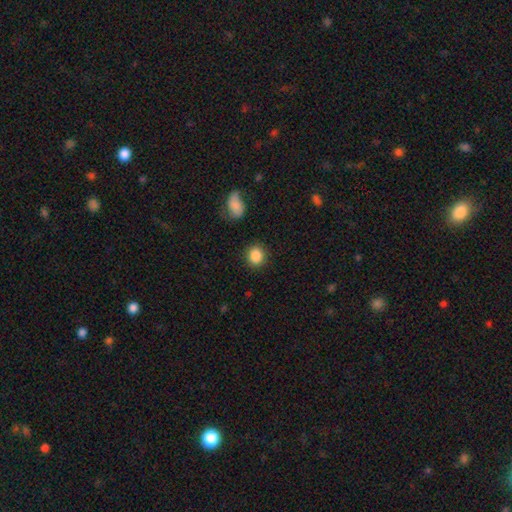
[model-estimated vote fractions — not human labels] Smooth or featured?
  - smooth: 87% *
  - star or artifact: 9%
  - featured or disk: 4%
How rounded?
  - round: 79% *
  - in between: 20%
  - cigar-shaped: 1%
Merging?
  - none: 87% *
  - minor disturbance: 8%
  - major disturbance: 3%
  - merger: 2%